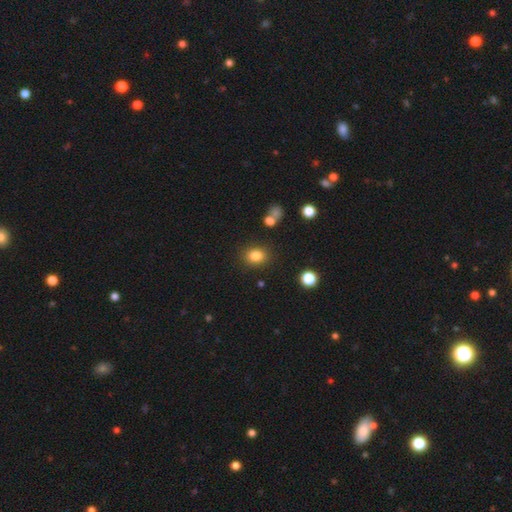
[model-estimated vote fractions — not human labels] The model was most divided on "how rounded": round: 53%, in between: 46%, cigar-shaped: 1%. More confident: merging — none (84%); smooth or featured — smooth (83%).